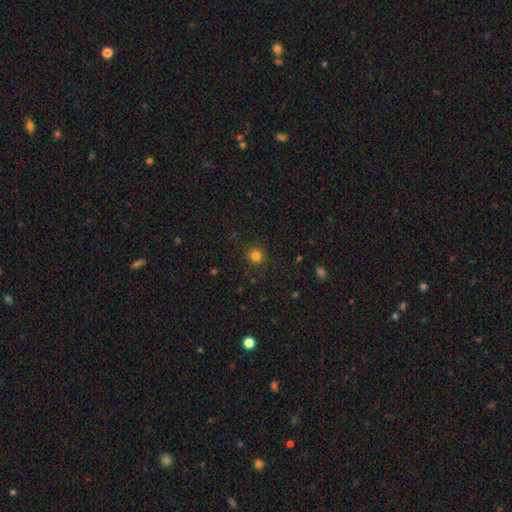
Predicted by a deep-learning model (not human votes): Smooth or featured? smooth (82%)
How rounded? round (93%)
Merging? none (89%)